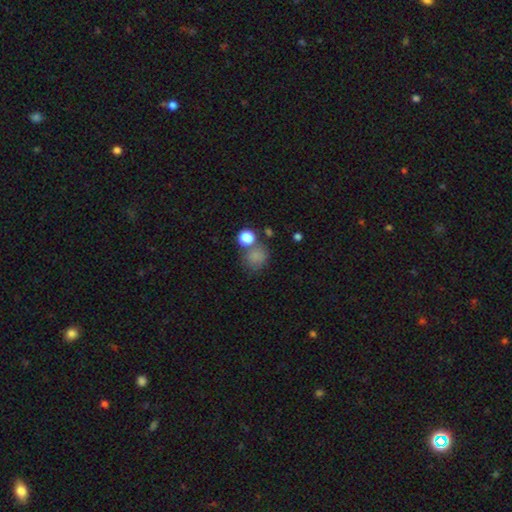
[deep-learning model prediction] Morphology: type=smooth (80%); roundness=round (80%); merging=none (62%).